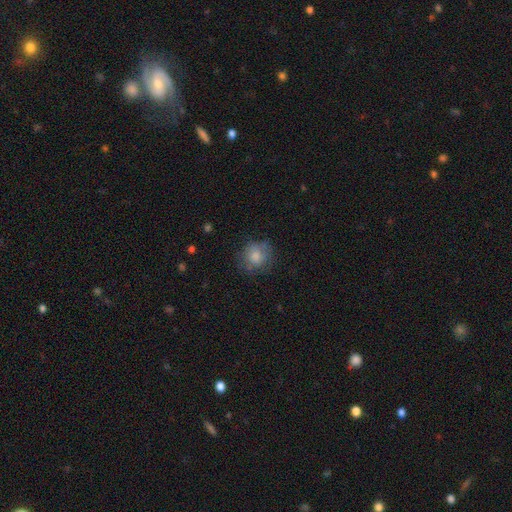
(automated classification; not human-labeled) Smooth or featured: smooth — 76% (featured or disk — 15%)
How rounded: round — 82% (in between — 17%)
Merging: none — 64% (minor disturbance — 23%)